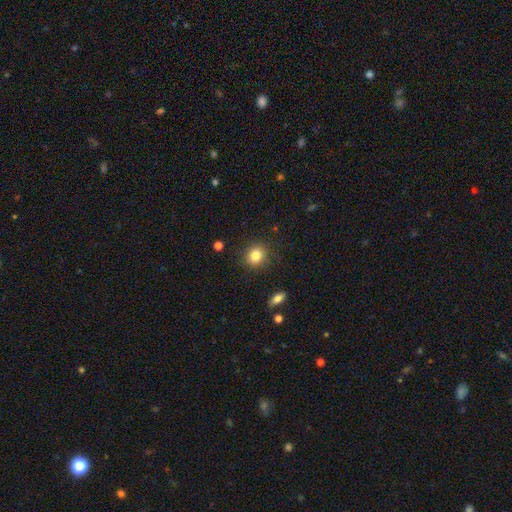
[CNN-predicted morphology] Smooth or featured: smooth — 84% (star or artifact — 10%)
How rounded: round — 84% (in between — 15%)
Merging: none — 88% (minor disturbance — 8%)